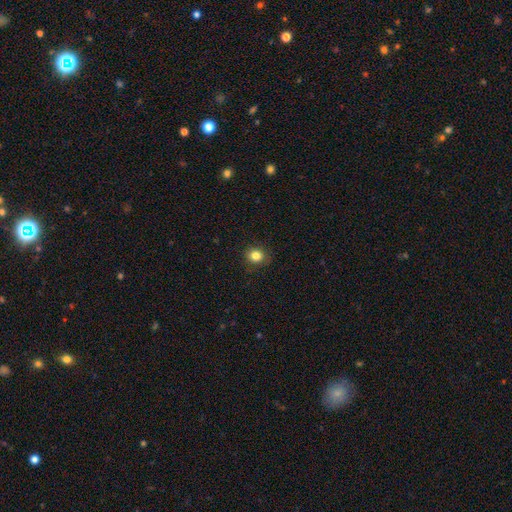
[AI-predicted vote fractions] Q: Smooth or featured?
A: smooth (84%); runner-up: star or artifact (11%)
Q: How rounded?
A: round (81%); runner-up: in between (18%)
Q: Merging?
A: none (89%); runner-up: minor disturbance (8%)